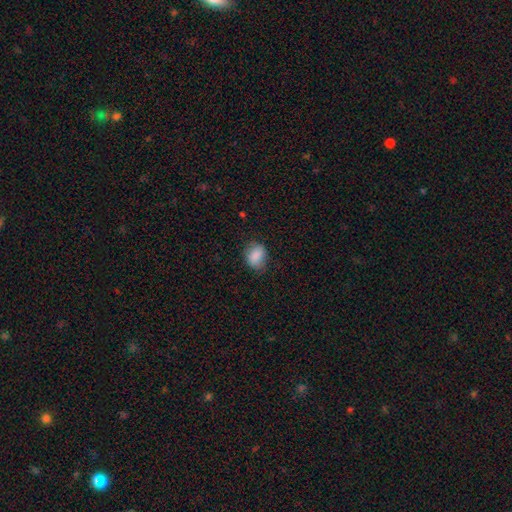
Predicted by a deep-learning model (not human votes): smooth-or-featured: smooth: 86% | star or artifact: 8% | featured or disk: 6%
  how-rounded: in between: 58% | round: 41% | cigar-shaped: 1%
  merging: none: 70% | minor disturbance: 23% | major disturbance: 6% | merger: 1%